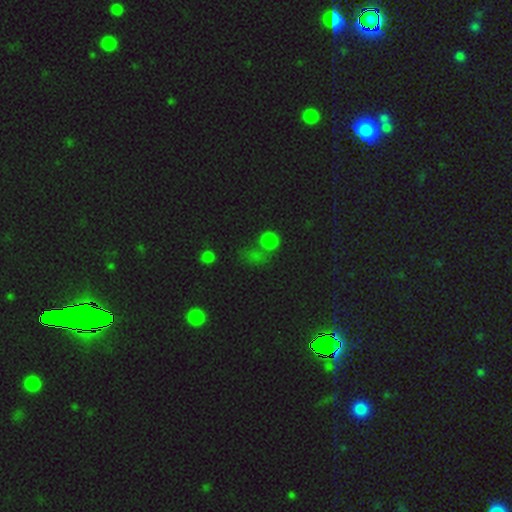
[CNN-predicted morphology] This appears to be a smooth galaxy with no disk features (61%) that is round (73%). Merging: none (61%).